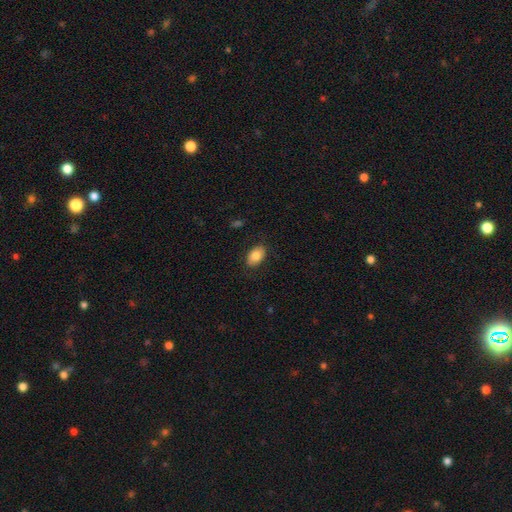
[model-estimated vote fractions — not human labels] Morphology: type=smooth (81%); roundness=in between (88%); merging=none (84%).